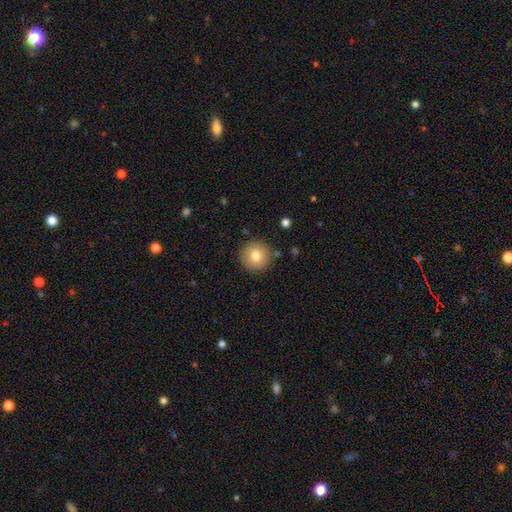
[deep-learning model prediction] smooth-or-featured: smooth: 79% | featured or disk: 12% | star or artifact: 10%
  how-rounded: round: 95% | in between: 4% | cigar-shaped: 1%
  merging: none: 89% | minor disturbance: 7% | major disturbance: 2% | merger: 2%